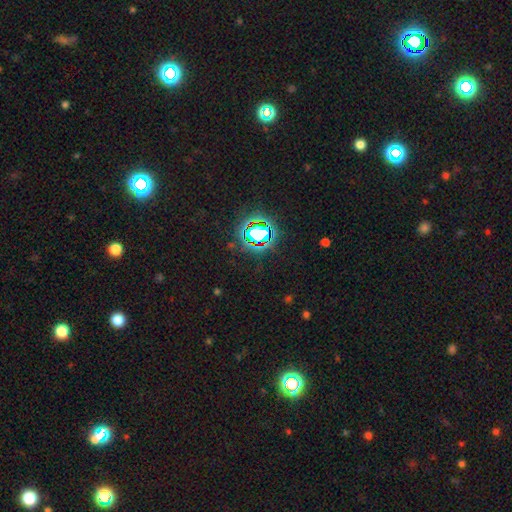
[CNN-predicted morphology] star or artifact 75%, smooth 17%, featured or disk 8%.